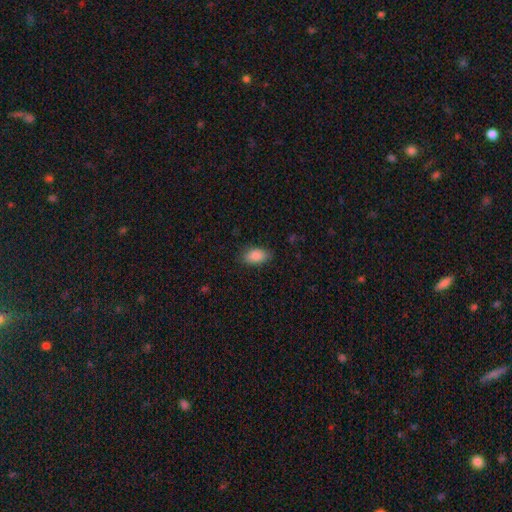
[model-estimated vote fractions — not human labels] smooth_or_featured: smooth (p=0.88) [alt: star or artifact p=0.07]
how_rounded: in between (p=0.91) [alt: round p=0.06]
merging: none (p=0.81) [alt: minor disturbance p=0.14]